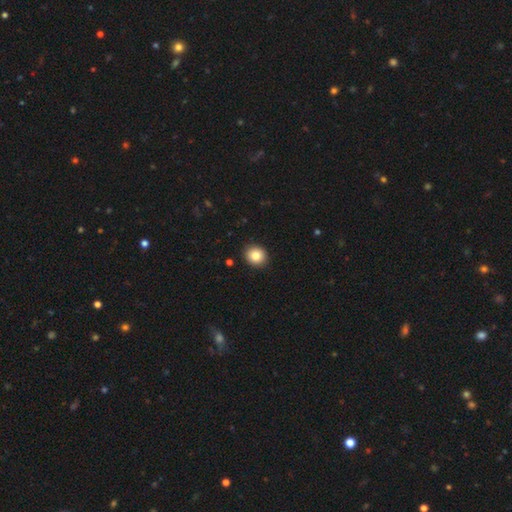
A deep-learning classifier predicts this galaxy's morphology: A smooth galaxy with no disk features (83%) that is round (78%). Merging: none (91%).